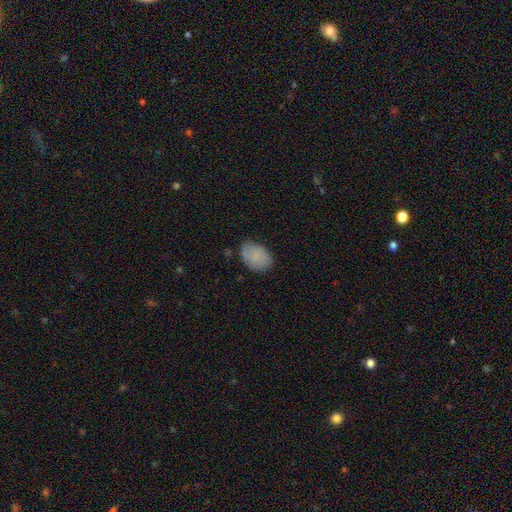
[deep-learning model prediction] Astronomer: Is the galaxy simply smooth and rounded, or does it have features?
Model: smooth — 79%.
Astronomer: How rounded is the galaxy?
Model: in between — 83%.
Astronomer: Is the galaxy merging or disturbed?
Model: none — 75%.